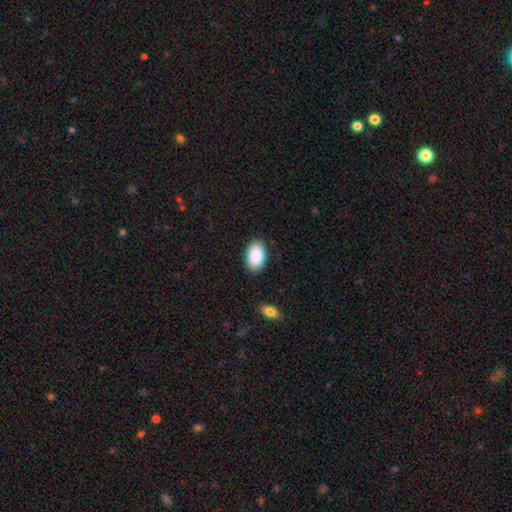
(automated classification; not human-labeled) smooth 90%, star or artifact 6%, featured or disk 4%. Down the decision tree: how rounded — in between (92%); merging — none (87%).